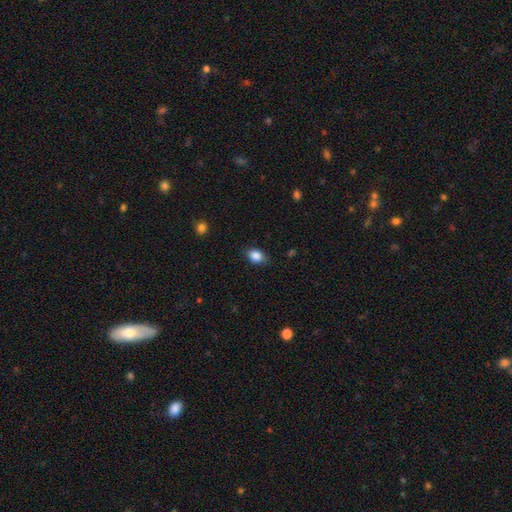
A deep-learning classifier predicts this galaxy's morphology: Smooth or featured? smooth (87%)
How rounded? in between (68%)
Merging? none (79%)